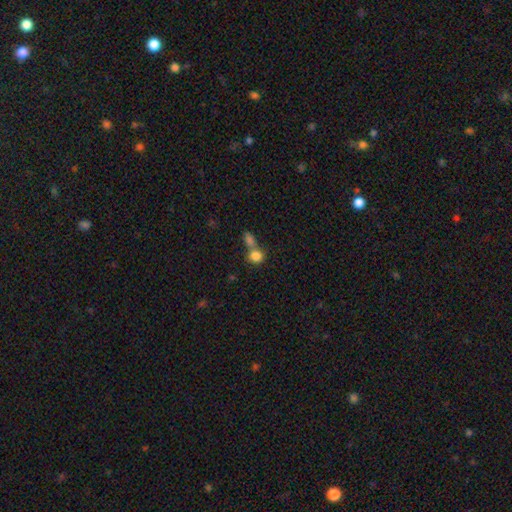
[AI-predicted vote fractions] Smooth or featured? smooth (82%)
How rounded? round (73%)
Merging? merger (50%)